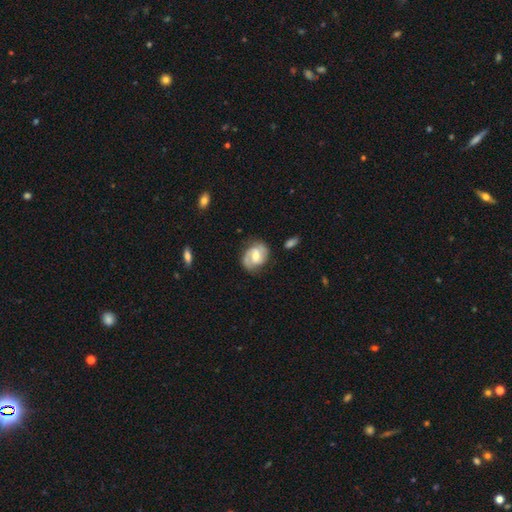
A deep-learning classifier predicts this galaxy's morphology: Smooth or featured? featured or disk (75%)
Edge-on disk? no (97%)
Bar? weak (48%)
Spiral arms? yes (90%)
Spiral winding? medium (44%)
Spiral arm count? 2 (77%)
Bulge size? moderate (66%)
Merging? none (72%)